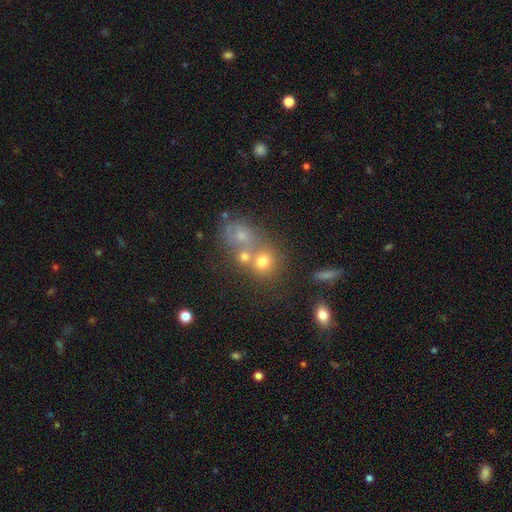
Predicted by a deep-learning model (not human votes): smooth_or_featured: smooth (p=0.51) [alt: star or artifact p=0.29]
how_rounded: round (p=0.73) [alt: in between p=0.25]
merging: merger (p=0.52) [alt: none p=0.38]